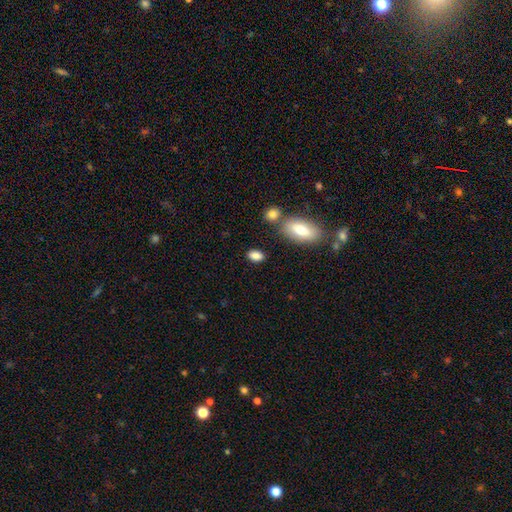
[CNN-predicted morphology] smooth-or-featured: smooth: 86% | star or artifact: 8% | featured or disk: 6%
  how-rounded: in between: 86% | round: 11% | cigar-shaped: 3%
  merging: none: 80% | minor disturbance: 11% | merger: 6% | major disturbance: 3%